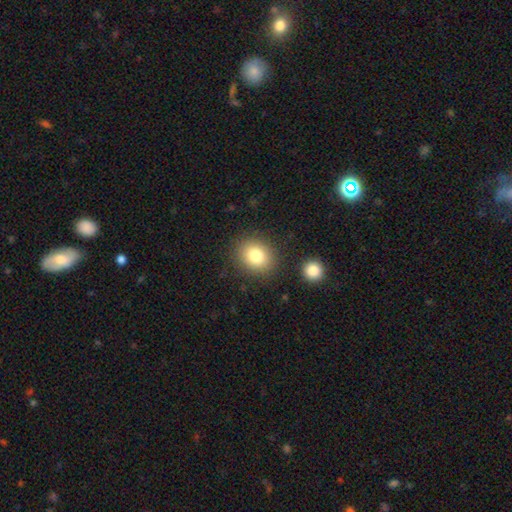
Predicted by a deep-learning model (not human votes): Smooth or featured? smooth (80%)
How rounded? round (65%)
Merging? none (85%)